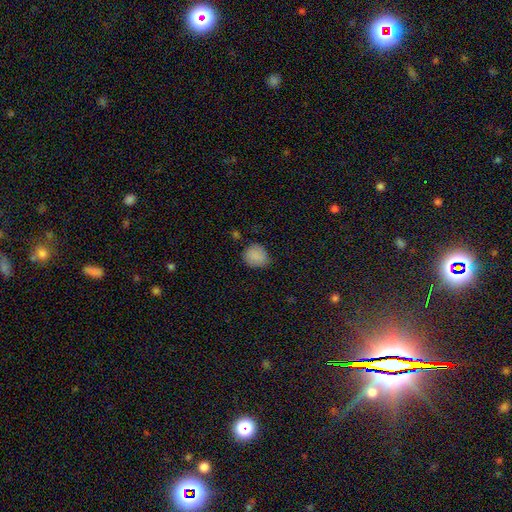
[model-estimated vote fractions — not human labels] A smooth galaxy with no disk features (86%) that is round (76%).

Vote fractions:
- Smooth or featured? smooth: 86% / star or artifact: 8% / featured or disk: 5%
- How rounded? round: 76% / in between: 23% / cigar-shaped: 1%
- Merging? none: 75% / minor disturbance: 19% / major disturbance: 4% / merger: 2%